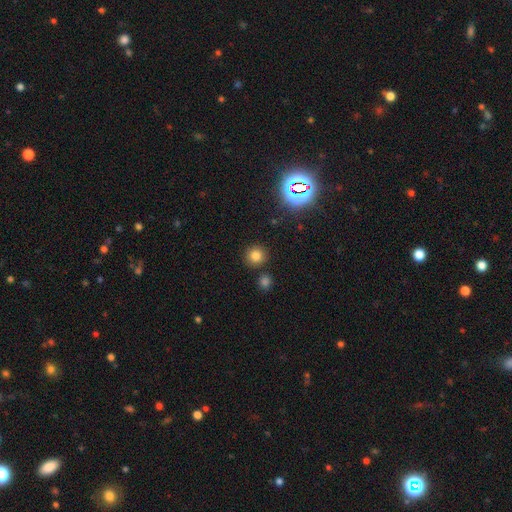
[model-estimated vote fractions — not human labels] Smooth or featured?
  - smooth: 77% *
  - star or artifact: 17%
  - featured or disk: 6%
How rounded?
  - round: 91% *
  - in between: 8%
  - cigar-shaped: 1%
Merging?
  - none: 84% *
  - minor disturbance: 7%
  - merger: 6%
  - major disturbance: 3%